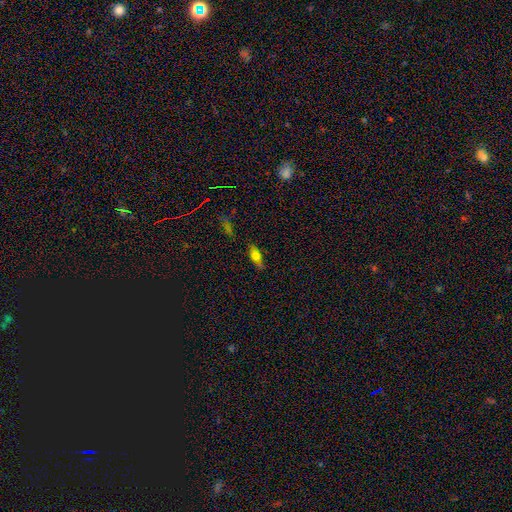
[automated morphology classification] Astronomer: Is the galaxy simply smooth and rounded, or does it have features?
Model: smooth — 62%.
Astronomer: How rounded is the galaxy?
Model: in between — 67%.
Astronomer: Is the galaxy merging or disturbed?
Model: none — 72%.